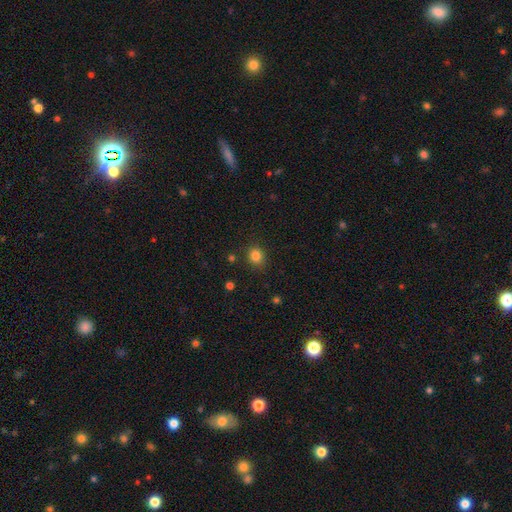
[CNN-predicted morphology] Overall: smooth (83%). How rounded: round (74%). Merging: none (85%).